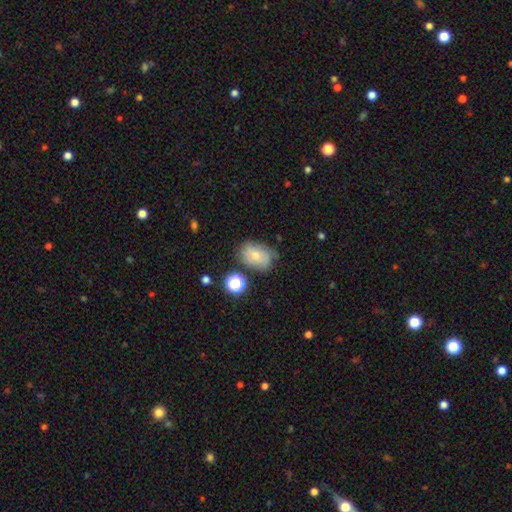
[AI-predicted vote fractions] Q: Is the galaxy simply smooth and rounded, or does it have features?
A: smooth — 59%.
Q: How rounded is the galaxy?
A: in between — 65%.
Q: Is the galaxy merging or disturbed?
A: none — 58%.